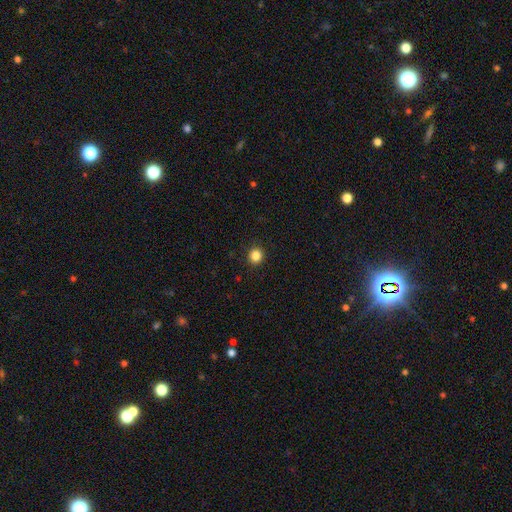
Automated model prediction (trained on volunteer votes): Smooth or featured: smooth — 85% (star or artifact — 11%)
How rounded: round — 91% (in between — 8%)
Merging: none — 92% (minor disturbance — 5%)